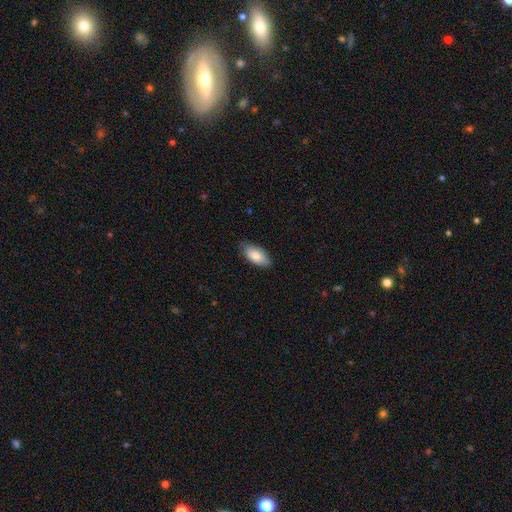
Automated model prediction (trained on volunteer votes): Morphology: type=smooth (82%); roundness=in between (90%); merging=none (81%).